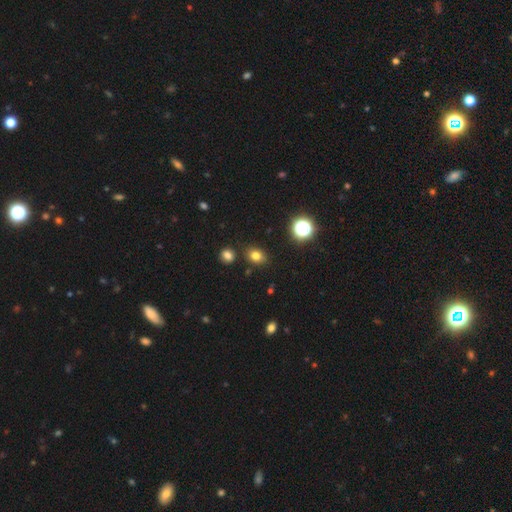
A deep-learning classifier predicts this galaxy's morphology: Q: Smooth or featured?
A: smooth (77%); runner-up: star or artifact (16%)
Q: How rounded?
A: in between (58%); runner-up: round (41%)
Q: Merging?
A: none (83%); runner-up: minor disturbance (10%)